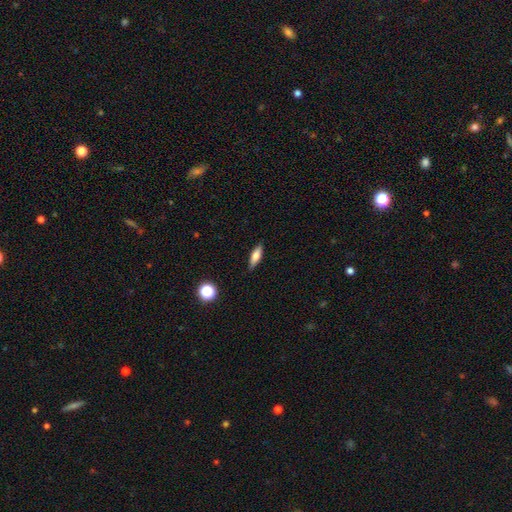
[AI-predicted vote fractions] Q: Smooth or featured?
A: smooth (68%); runner-up: featured or disk (24%)
Q: How rounded?
A: in between (51%); runner-up: cigar-shaped (45%)
Q: Merging?
A: none (86%); runner-up: minor disturbance (11%)